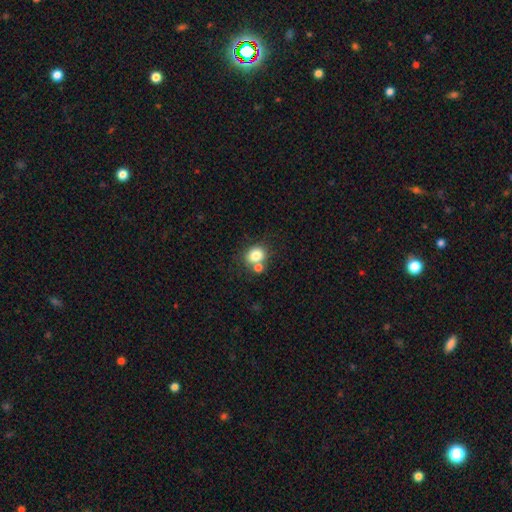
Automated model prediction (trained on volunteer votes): Smooth or featured?
  - smooth: 80% *
  - star or artifact: 11%
  - featured or disk: 9%
How rounded?
  - round: 71% *
  - in between: 28%
  - cigar-shaped: 1%
Merging?
  - none: 55% *
  - merger: 31%
  - minor disturbance: 10%
  - major disturbance: 4%